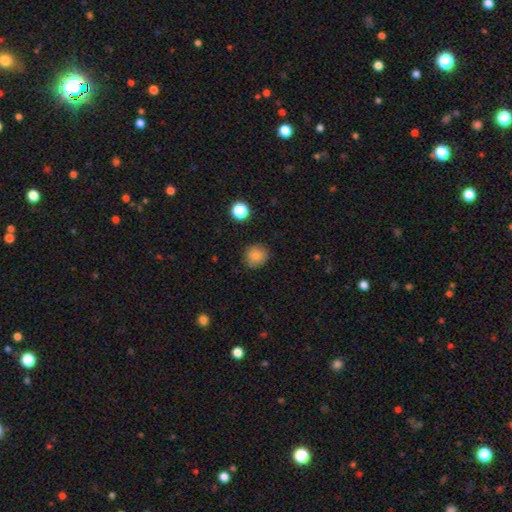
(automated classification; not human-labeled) The model was most divided on "how rounded": round: 81%, in between: 18%, cigar-shaped: 1%. More confident: merging — none (81%); smooth or featured — smooth (80%).